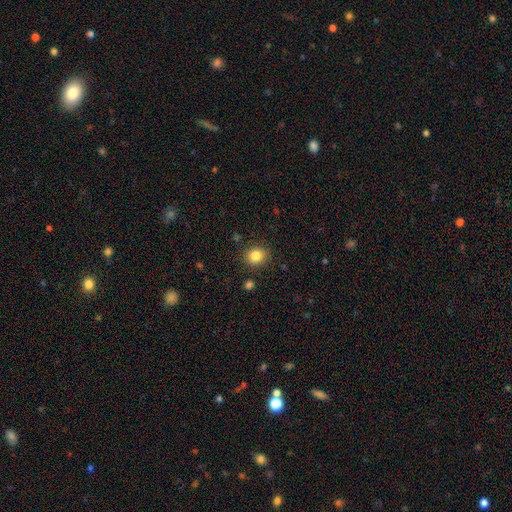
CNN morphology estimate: A smooth galaxy with no disk features (84%) that is round (73%). Merging: none (86%).